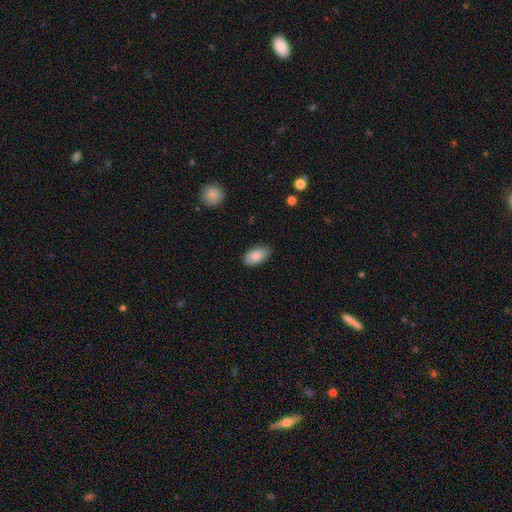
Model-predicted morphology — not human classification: A smooth galaxy with no disk features (87%) that is in between round and cigar-shaped (94%).

Vote fractions:
- Smooth or featured? smooth: 87% / featured or disk: 7% / star or artifact: 6%
- How rounded? in between: 94% / round: 3% / cigar-shaped: 2%
- Merging? none: 82% / minor disturbance: 15% / major disturbance: 2% / merger: 1%